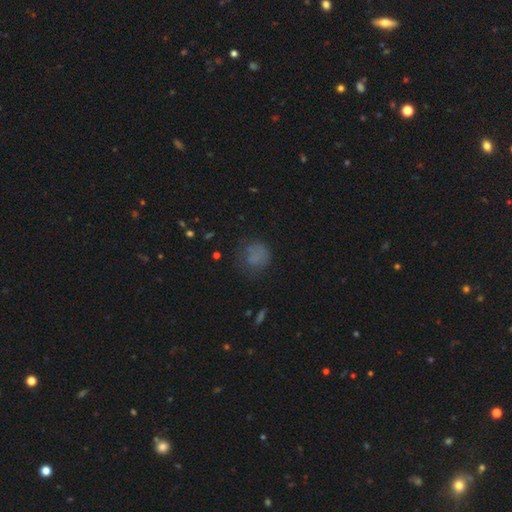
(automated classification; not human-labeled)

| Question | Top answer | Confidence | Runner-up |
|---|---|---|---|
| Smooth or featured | smooth | 70% | star or artifact (17%) |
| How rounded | round | 83% | in between (16%) |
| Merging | none | 62% | minor disturbance (22%) |